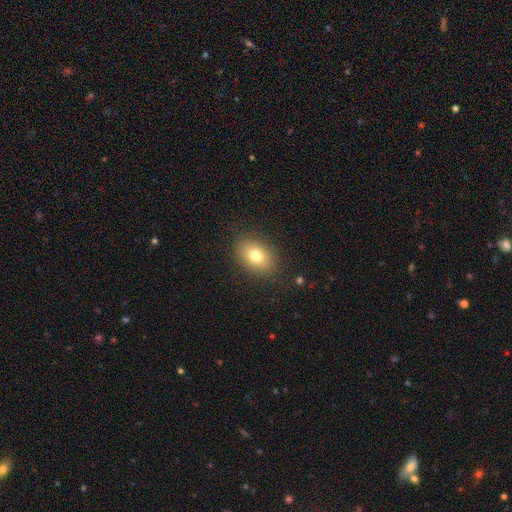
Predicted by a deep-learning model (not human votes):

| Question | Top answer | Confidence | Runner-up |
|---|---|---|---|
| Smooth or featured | smooth | 77% | featured or disk (12%) |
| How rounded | in between | 79% | round (20%) |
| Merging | none | 86% | minor disturbance (10%) |